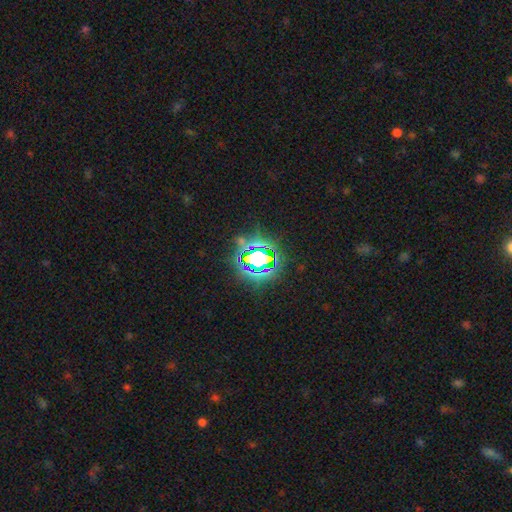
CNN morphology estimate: type=star or artifact (70%).